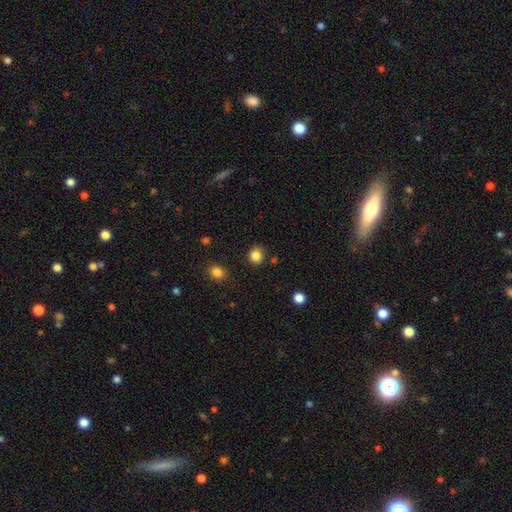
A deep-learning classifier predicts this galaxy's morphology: smooth_or_featured: smooth (p=0.85) [alt: star or artifact p=0.11]
how_rounded: round (p=0.77) [alt: in between p=0.22]
merging: none (p=0.87) [alt: minor disturbance p=0.08]